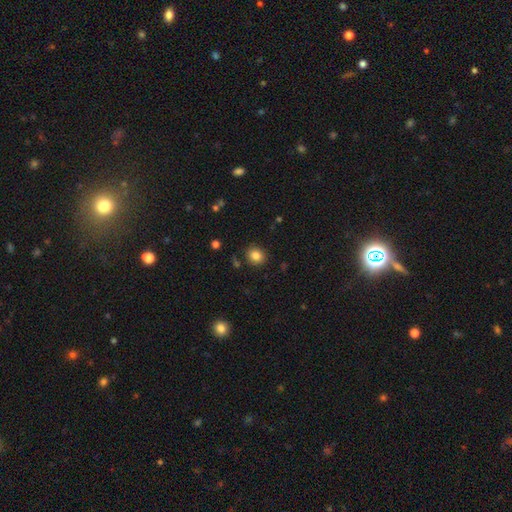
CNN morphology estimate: smooth 83%, star or artifact 11%, featured or disk 6%. Down the decision tree: how rounded — round (77%); merging — none (88%).